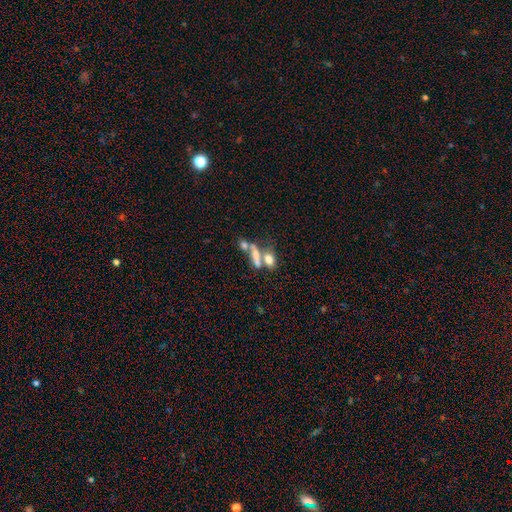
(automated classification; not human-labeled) This is possibly a smooth galaxy (59%). How rounded: possibly in between (55%). Merging: possibly merger (52%).